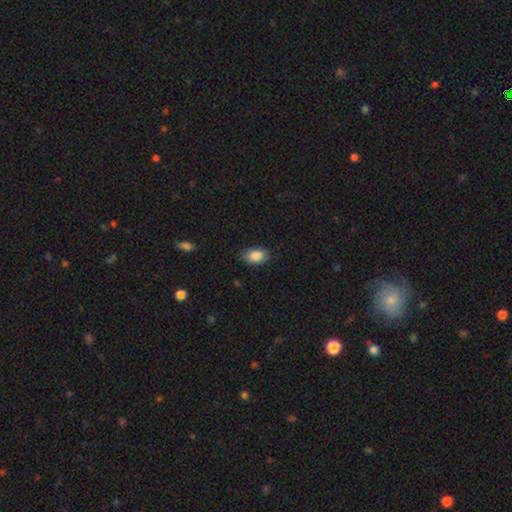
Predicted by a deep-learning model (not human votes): This appears to be a smooth galaxy with no disk features (88%) that is in between round and cigar-shaped (90%). Merging: none (84%).